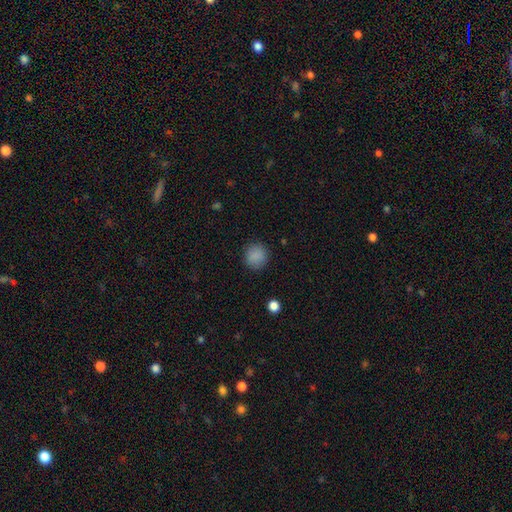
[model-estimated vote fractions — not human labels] This appears to be a smooth galaxy with no disk features (87%) that is round (90%). Merging: none (89%).